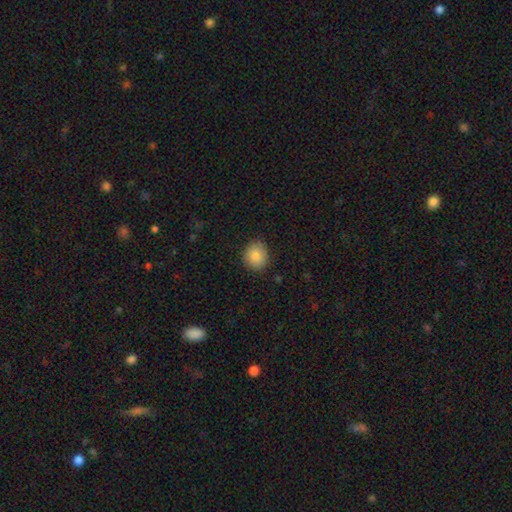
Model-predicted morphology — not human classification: This appears to be a smooth galaxy with no disk features (86%) that is round (72%). Merging: none (87%).